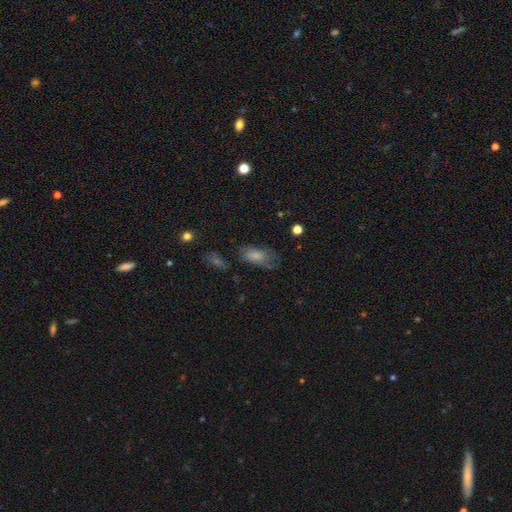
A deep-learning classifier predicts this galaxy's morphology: Smooth or featured: smooth — 73% (featured or disk — 19%)
How rounded: in between — 88% (cigar-shaped — 8%)
Merging: none — 53% (minor disturbance — 27%)